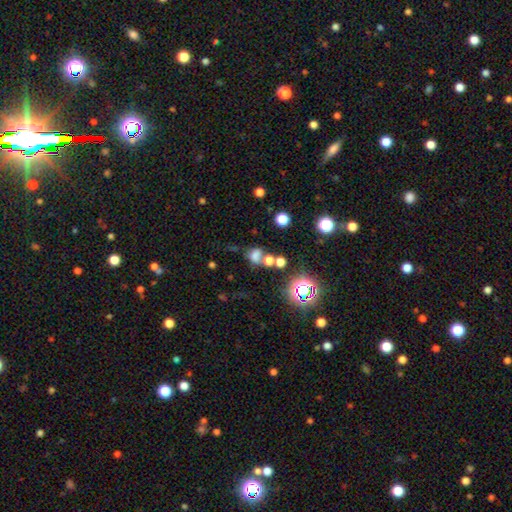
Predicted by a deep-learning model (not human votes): smooth 59%, star or artifact 28%, featured or disk 13%. Down the decision tree: how rounded — in between (52%); merging — none (42%).